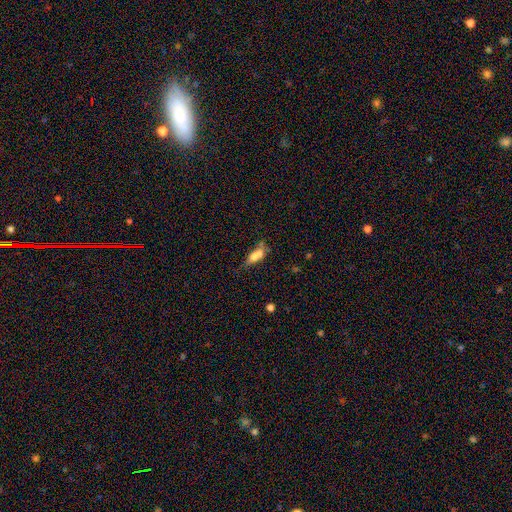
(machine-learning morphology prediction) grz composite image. It shows a smooth galaxy with no disk features (61%) that is in between round and cigar-shaped (66%). Merging: merger (31%).